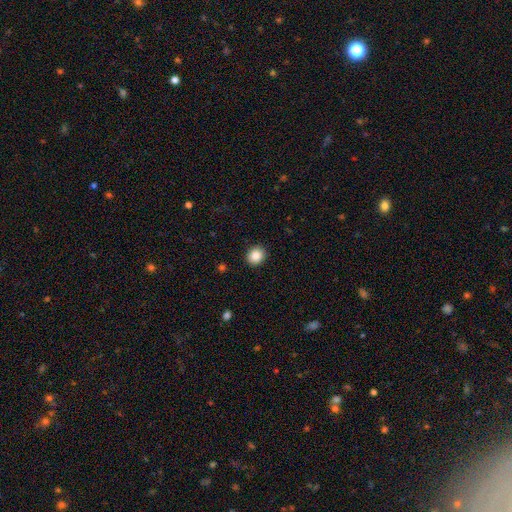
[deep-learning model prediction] Smooth or featured? Predicted: smooth (p=0.87). How rounded? Predicted: round (p=0.73). Merging? Predicted: none (p=0.91).